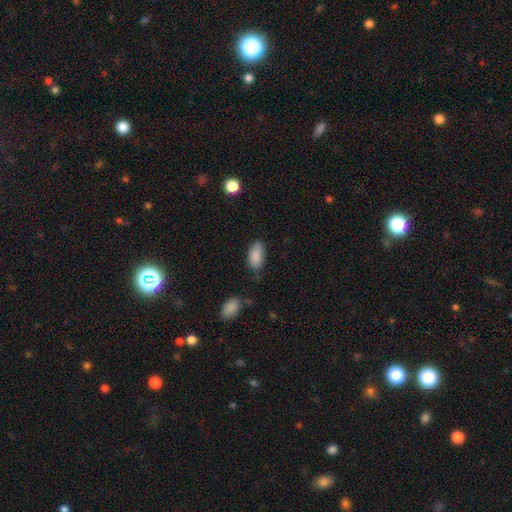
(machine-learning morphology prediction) smooth 88%, star or artifact 7%, featured or disk 5%. Down the decision tree: how rounded — in between (93%); merging — none (70%).